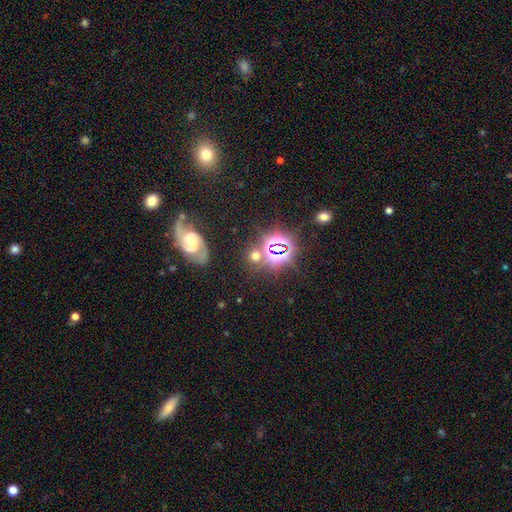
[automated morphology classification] A star or artifact, not a galaxy (50%).